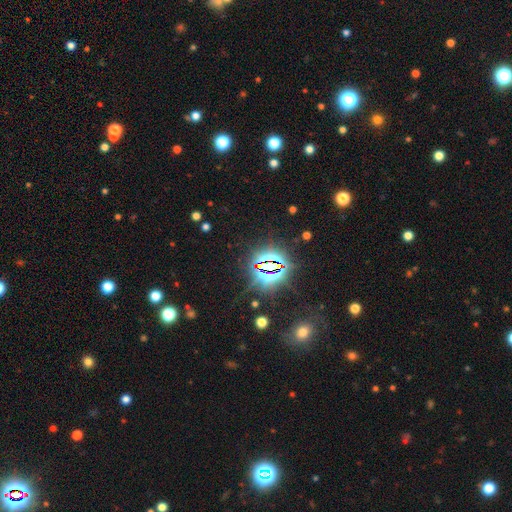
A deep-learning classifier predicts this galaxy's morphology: star or artifact 81%, smooth 11%, featured or disk 7%.